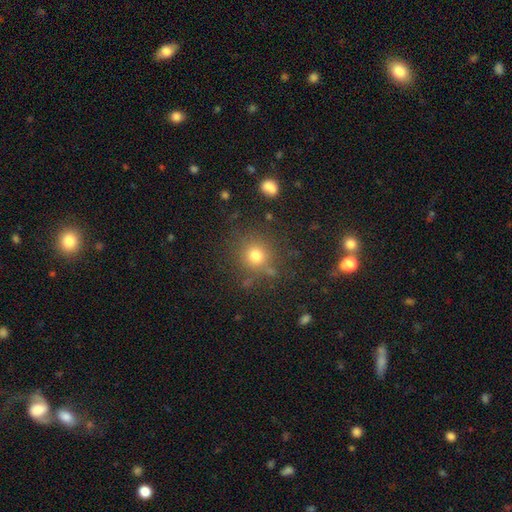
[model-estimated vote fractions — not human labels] smooth-or-featured: smooth: 76% | star or artifact: 17% | featured or disk: 8%
  how-rounded: round: 91% | in between: 8% | cigar-shaped: 1%
  merging: none: 81% | minor disturbance: 10% | merger: 5% | major disturbance: 4%